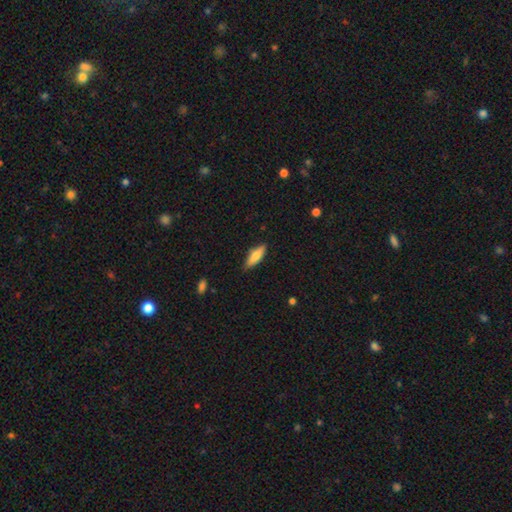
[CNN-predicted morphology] Smooth or featured: smooth — 71% (featured or disk — 23%)
How rounded: cigar-shaped — 50% (in between — 48%)
Merging: none — 85% (minor disturbance — 12%)